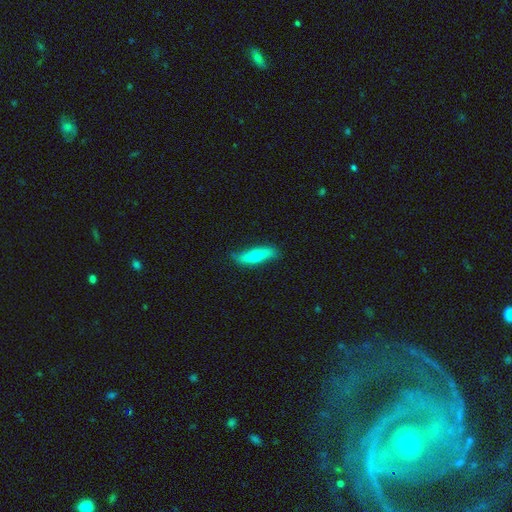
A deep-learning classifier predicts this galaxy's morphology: Smooth or featured: smooth — 51% (featured or disk — 43%)
How rounded: cigar-shaped — 67% (in between — 30%)
Merging: none — 77% (minor disturbance — 18%)